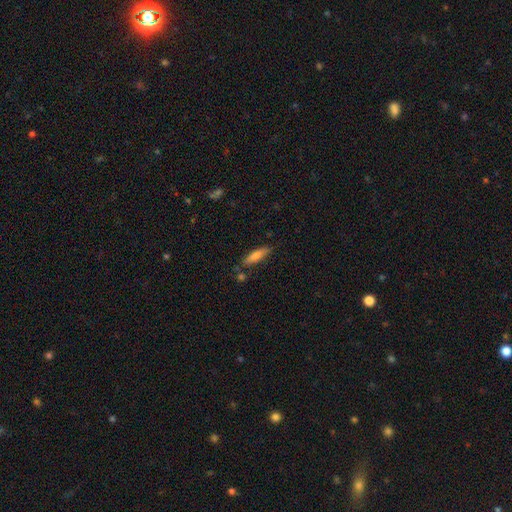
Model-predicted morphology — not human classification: Q: Smooth or featured?
A: smooth (68%); runner-up: featured or disk (24%)
Q: How rounded?
A: cigar-shaped (74%); runner-up: in between (24%)
Q: Merging?
A: none (78%); runner-up: minor disturbance (14%)